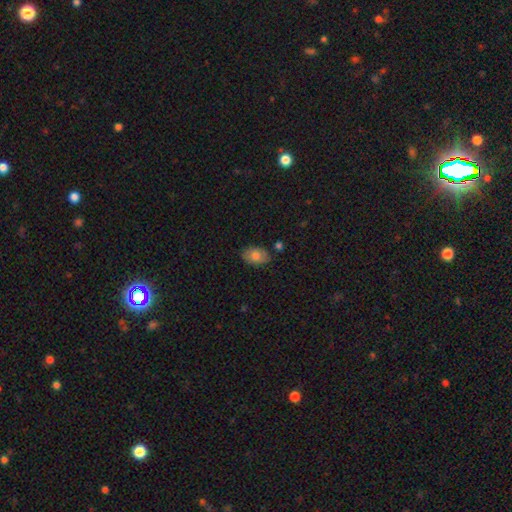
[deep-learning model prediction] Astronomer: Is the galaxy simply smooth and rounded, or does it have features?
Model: smooth — 74%.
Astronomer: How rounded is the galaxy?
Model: in between — 86%.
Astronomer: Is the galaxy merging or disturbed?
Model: none — 77%.